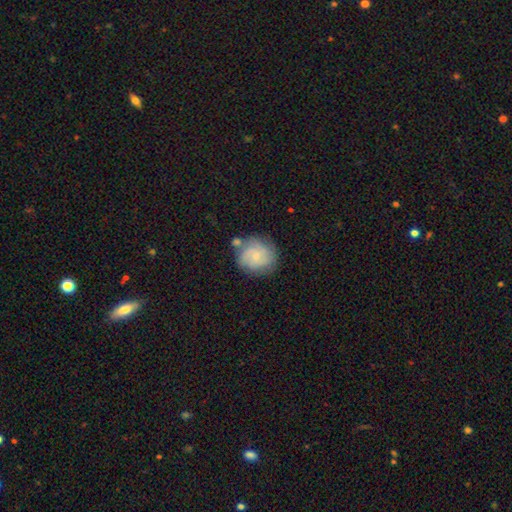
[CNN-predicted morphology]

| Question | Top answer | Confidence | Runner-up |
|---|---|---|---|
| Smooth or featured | smooth | 53% | featured or disk (39%) |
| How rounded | round | 84% | in between (15%) |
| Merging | none | 63% | minor disturbance (19%) |